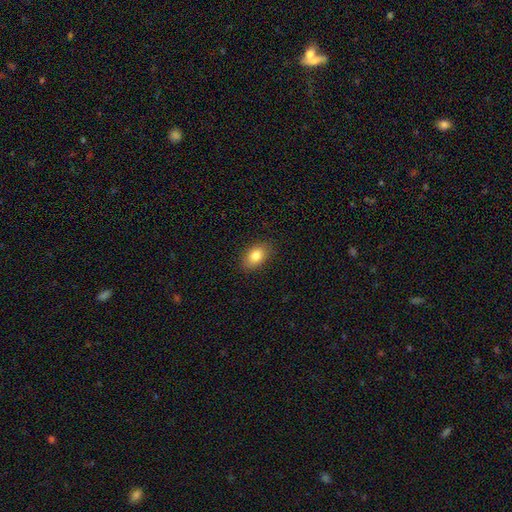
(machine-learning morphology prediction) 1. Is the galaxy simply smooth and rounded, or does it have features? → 84% smooth, 8% featured or disk, 8% star or artifact.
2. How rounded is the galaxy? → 88% in between, 10% round, 2% cigar-shaped.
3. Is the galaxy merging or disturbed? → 87% none, 10% minor disturbance, 2% major disturbance, 1% merger.